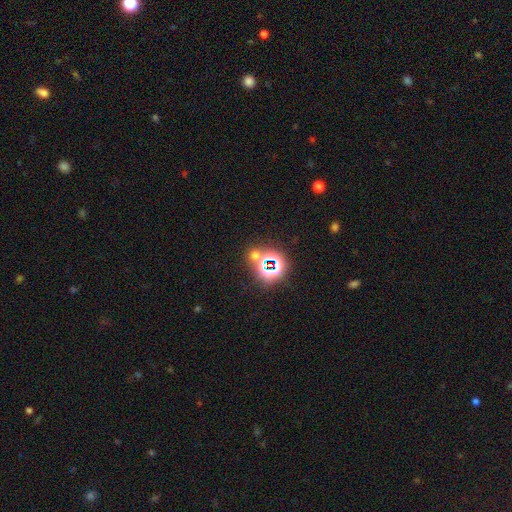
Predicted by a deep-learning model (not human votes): The model was most divided on "smooth or featured": star or artifact: 54%, smooth: 37%, featured or disk: 8%.